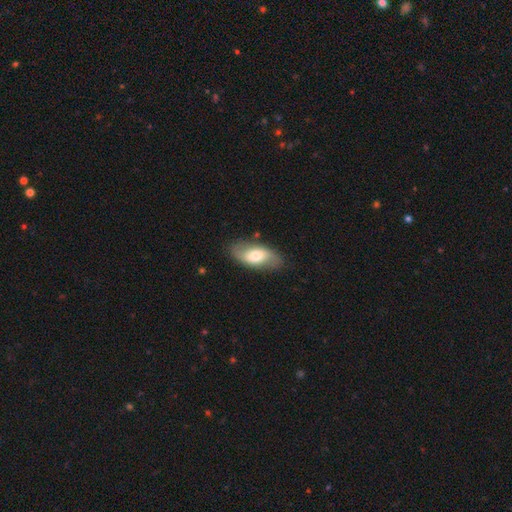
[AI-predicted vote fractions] The model was most divided on "smooth or featured": smooth: 56%, featured or disk: 38%, star or artifact: 6%. More confident: how rounded — in between (89%); merging — none (79%).